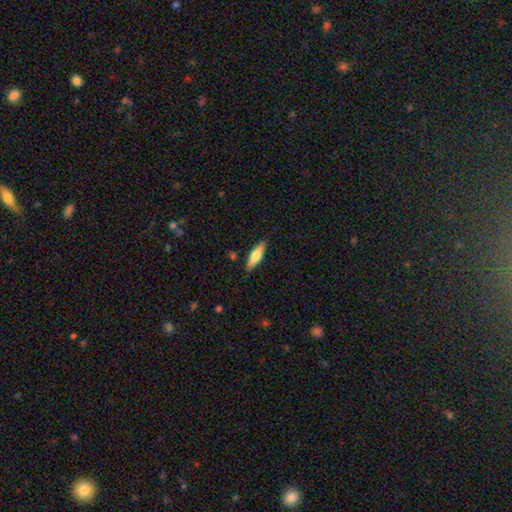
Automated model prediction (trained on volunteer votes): Smooth or featured: smooth — 57% (featured or disk — 38%)
How rounded: cigar-shaped — 58% (in between — 39%)
Merging: none — 87% (minor disturbance — 9%)